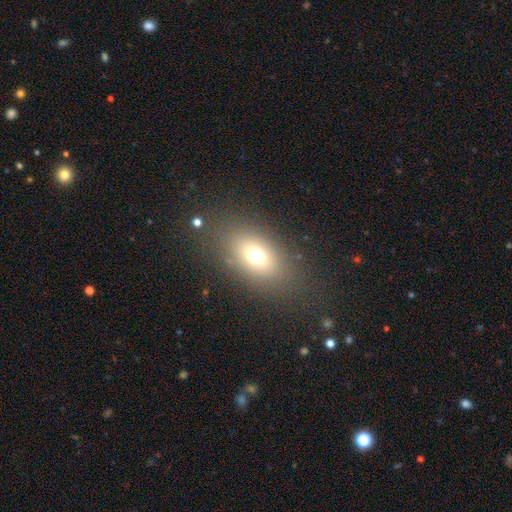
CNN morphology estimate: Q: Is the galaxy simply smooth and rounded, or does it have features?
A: smooth — 68%.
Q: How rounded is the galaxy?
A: in between — 73%.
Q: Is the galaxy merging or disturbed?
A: none — 80%.